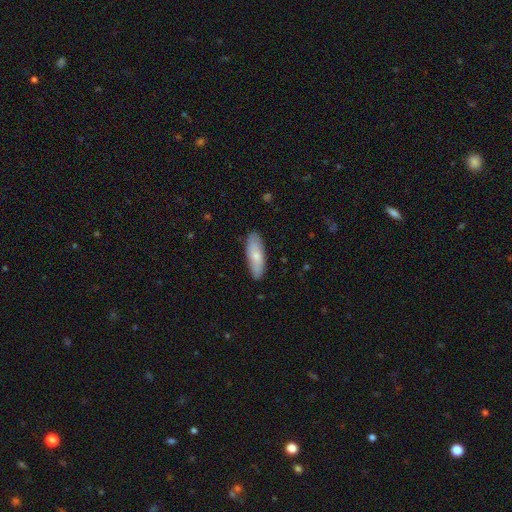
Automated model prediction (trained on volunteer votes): smooth_or_featured: smooth (p=0.72) [alt: featured or disk p=0.23]
how_rounded: in between (p=0.62) [alt: cigar-shaped p=0.36]
merging: none (p=0.85) [alt: minor disturbance p=0.12]